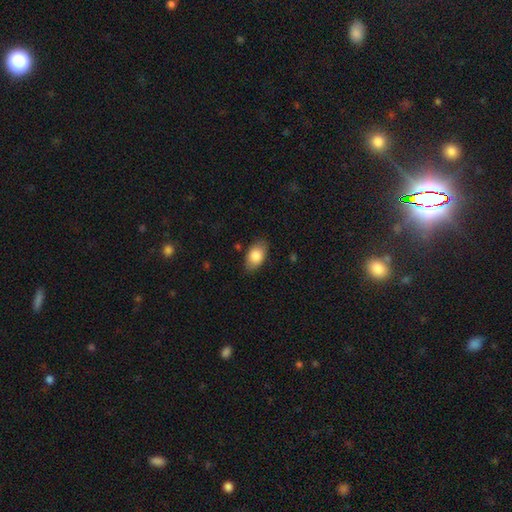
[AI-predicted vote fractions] Smooth or featured? smooth (83%)
How rounded? in between (92%)
Merging? none (82%)